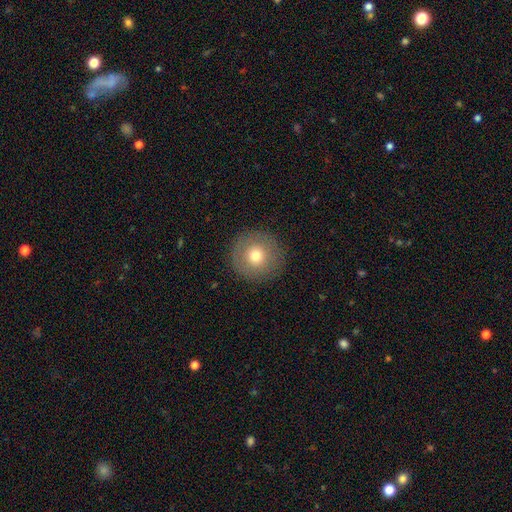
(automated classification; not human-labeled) Smooth or featured?
  - smooth: 71% *
  - featured or disk: 18%
  - star or artifact: 10%
How rounded?
  - round: 96% *
  - in between: 3%
  - cigar-shaped: 1%
Merging?
  - none: 90% *
  - minor disturbance: 7%
  - major disturbance: 3%
  - merger: 1%